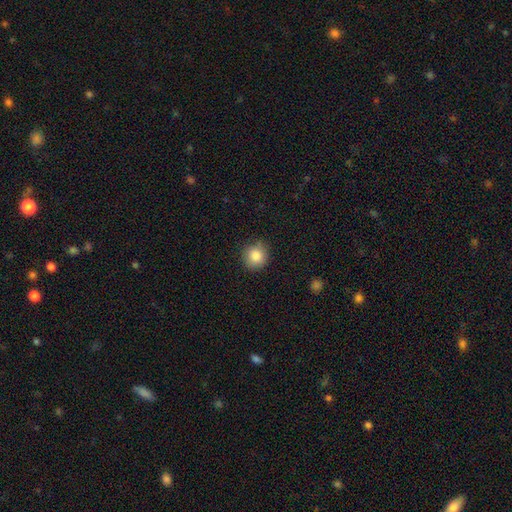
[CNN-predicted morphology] Smooth or featured: smooth — 85% (star or artifact — 10%)
How rounded: round — 89% (in between — 10%)
Merging: none — 82% (minor disturbance — 13%)